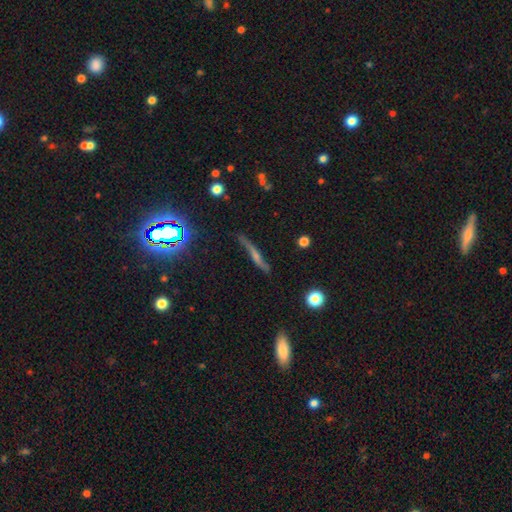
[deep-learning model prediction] A featured or disk galaxy (54%) viewed edge-on (85%).

Vote fractions:
- Smooth or featured? featured or disk: 54% / smooth: 29% / star or artifact: 17%
- Edge-on disk? yes: 85% / no: 15%
- Merging? none: 75% / minor disturbance: 18% / major disturbance: 5% / merger: 3%